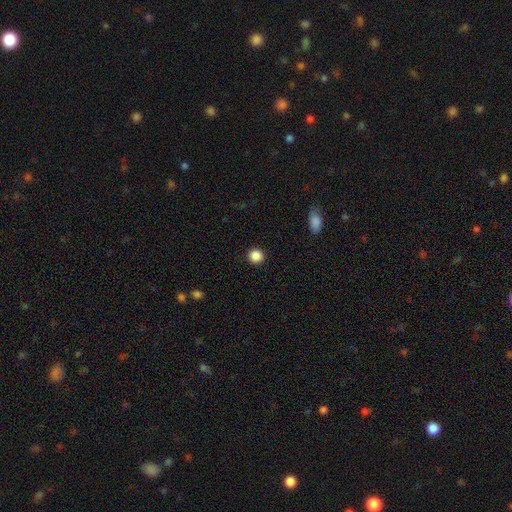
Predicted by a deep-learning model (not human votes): Smooth or featured? Predicted: smooth (p=0.87). How rounded? Predicted: round (p=0.94). Merging? Predicted: none (p=0.92).